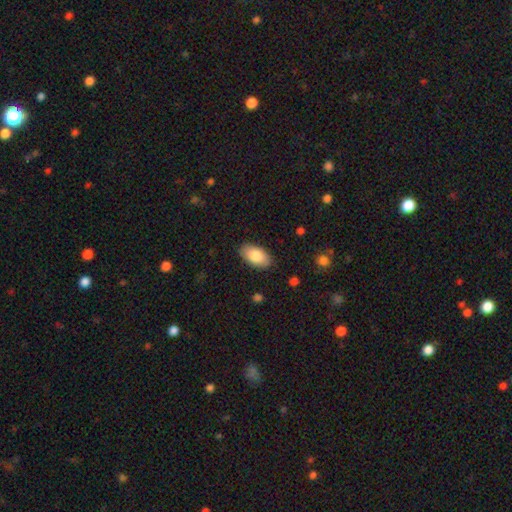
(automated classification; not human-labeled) A smooth galaxy with no disk features (82%) that is in between round and cigar-shaped (94%). Merging: none (87%).